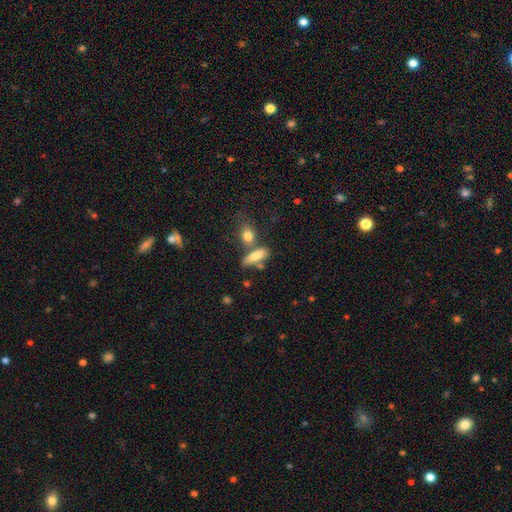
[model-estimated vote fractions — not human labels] A smooth galaxy with no disk features (75%) that is in between round and cigar-shaped (57%).

Vote fractions:
- Smooth or featured? smooth: 75% / featured or disk: 18% / star or artifact: 7%
- How rounded? in between: 57% / cigar-shaped: 39% / round: 4%
- Merging? none: 50% / merger: 31% / minor disturbance: 14% / major disturbance: 6%